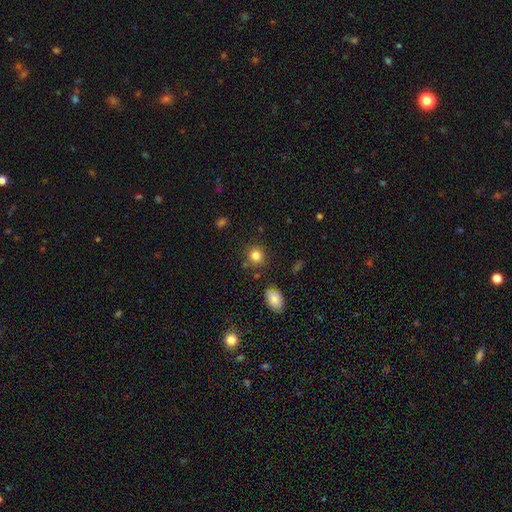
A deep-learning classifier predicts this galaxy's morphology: A smooth galaxy with no disk features (83%) that is round (83%).

Vote fractions:
- Smooth or featured? smooth: 83% / star or artifact: 11% / featured or disk: 6%
- How rounded? round: 83% / in between: 16% / cigar-shaped: 1%
- Merging? none: 83% / minor disturbance: 11% / merger: 4% / major disturbance: 3%